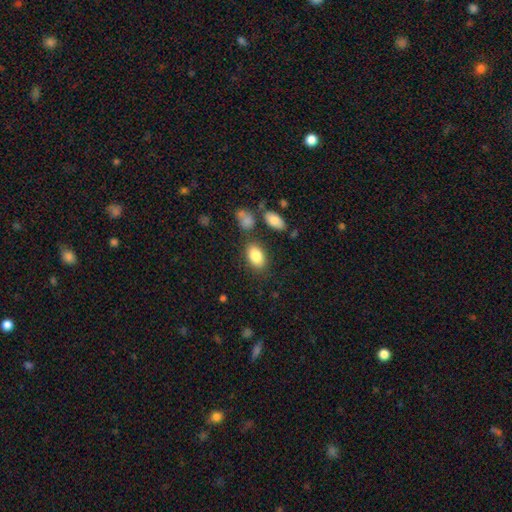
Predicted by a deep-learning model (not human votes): smooth 84%, featured or disk 9%, star or artifact 8%. Down the decision tree: how rounded — in between (89%); merging — none (77%).